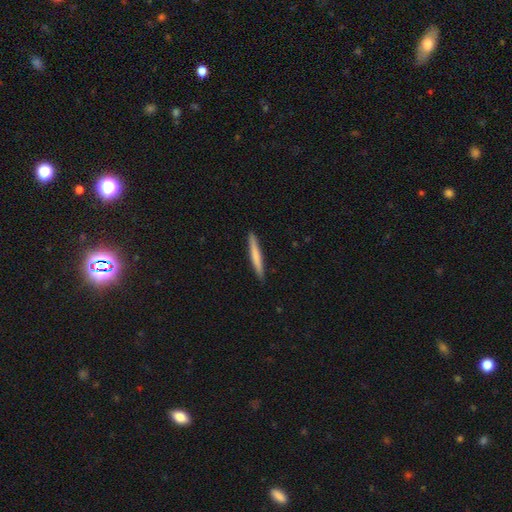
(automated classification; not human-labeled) A smooth galaxy with no disk features (70%) that is cigar-shaped (96%).

Vote fractions:
- Smooth or featured? smooth: 70% / featured or disk: 25% / star or artifact: 5%
- How rounded? cigar-shaped: 96% / in between: 3% / round: 1%
- Merging? none: 91% / minor disturbance: 7% / major disturbance: 1% / merger: 1%